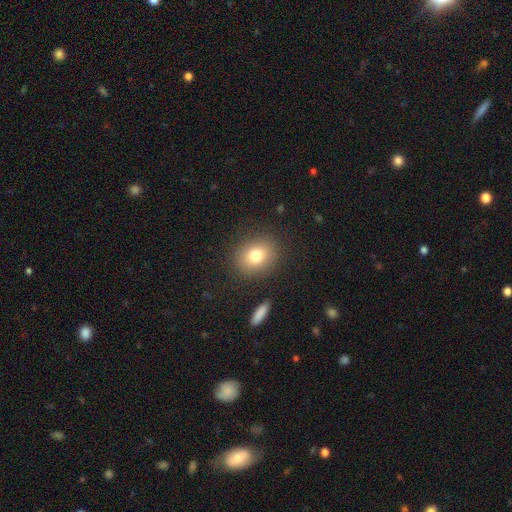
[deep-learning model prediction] Smooth or featured: smooth — 78% (featured or disk — 11%)
How rounded: round — 62% (in between — 37%)
Merging: none — 86% (minor disturbance — 8%)